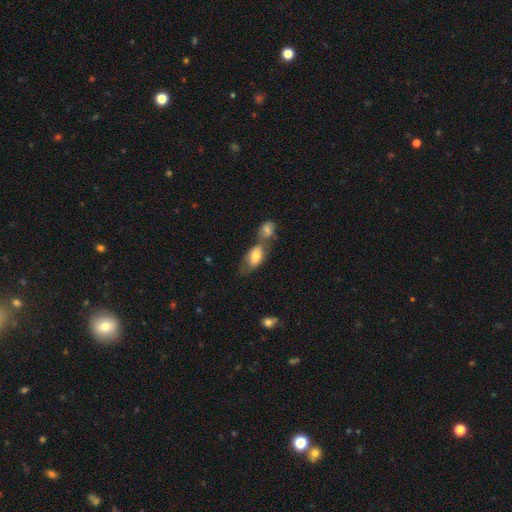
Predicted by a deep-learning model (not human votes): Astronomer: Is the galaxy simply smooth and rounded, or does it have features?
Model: smooth — 74%.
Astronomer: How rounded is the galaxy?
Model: in between — 90%.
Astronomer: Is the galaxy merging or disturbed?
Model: merger — 46% (runner-up: none, 33%).